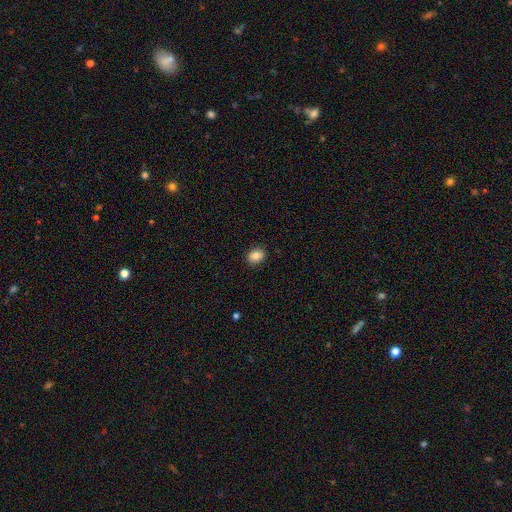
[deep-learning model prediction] The model was most divided on "how rounded": in between: 55%, round: 44%, cigar-shaped: 1%. More confident: merging — none (86%); smooth or featured — smooth (85%).